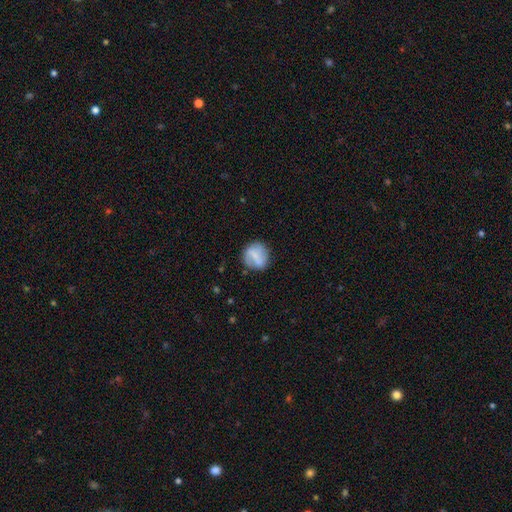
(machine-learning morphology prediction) smooth_or_featured: smooth (p=0.55) [alt: featured or disk p=0.37]
how_rounded: round (p=0.75) [alt: in between p=0.23]
merging: none (p=0.70) [alt: minor disturbance p=0.19]